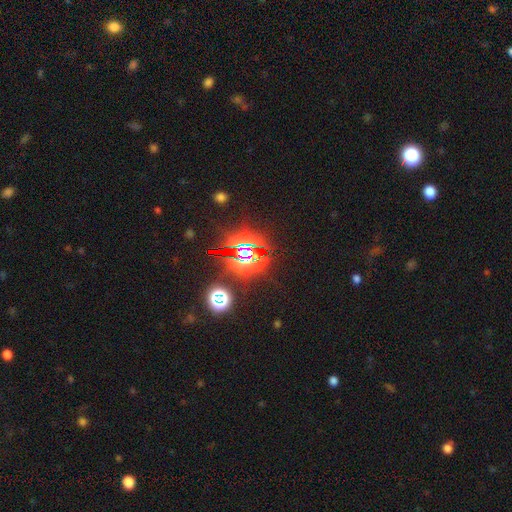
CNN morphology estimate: Smooth or featured: star or artifact — 80% (smooth — 11%)